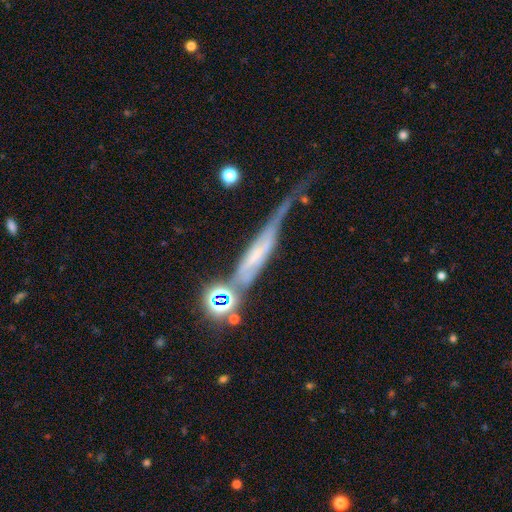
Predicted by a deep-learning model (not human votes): Smooth or featured?
  - featured or disk: 61% *
  - smooth: 26%
  - star or artifact: 14%
Edge-on disk?
  - yes: 65% *
  - no: 35%
Merging?
  - major disturbance: 34% *
  - none: 27%
  - minor disturbance: 22%
  - merger: 17%